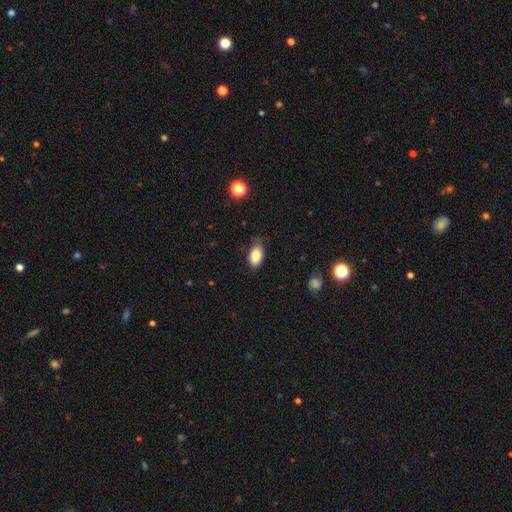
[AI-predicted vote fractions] A smooth galaxy with no disk features (86%) that is in between round and cigar-shaped (92%).

Vote fractions:
- Smooth or featured? smooth: 86% / star or artifact: 8% / featured or disk: 7%
- How rounded? in between: 92% / round: 5% / cigar-shaped: 2%
- Merging? none: 65% / minor disturbance: 28% / major disturbance: 5% / merger: 1%